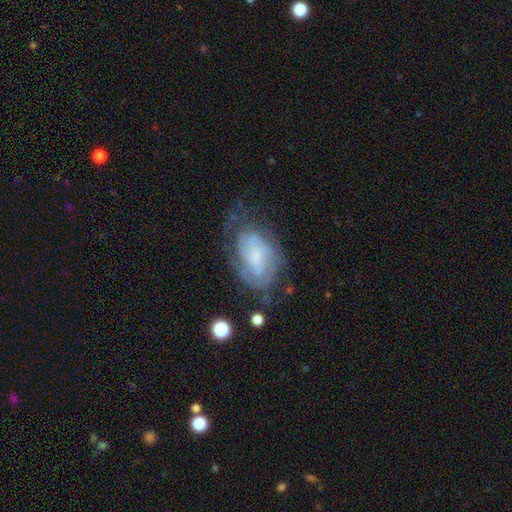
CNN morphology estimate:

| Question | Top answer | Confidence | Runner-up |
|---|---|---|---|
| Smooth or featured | featured or disk | 63% | smooth (28%) |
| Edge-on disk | no | 96% | yes (4%) |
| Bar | no | 58% | weak (34%) |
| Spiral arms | yes | 72% | no (28%) |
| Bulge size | small | 48% | none (26%) |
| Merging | none | 49% | minor disturbance (27%) |